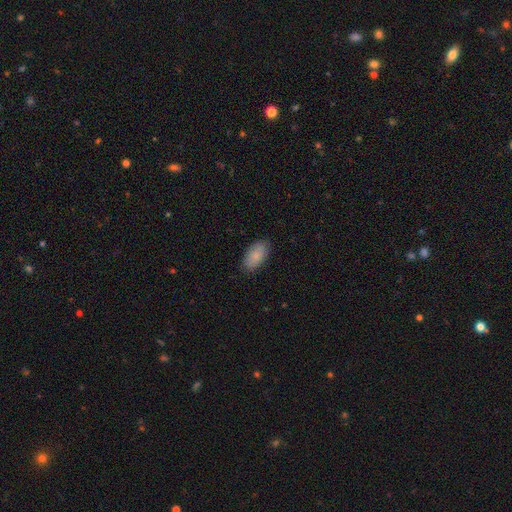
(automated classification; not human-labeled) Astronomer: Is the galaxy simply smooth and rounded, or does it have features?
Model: smooth — 85%.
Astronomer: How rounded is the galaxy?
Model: in between — 94%.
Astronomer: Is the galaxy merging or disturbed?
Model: none — 86%.